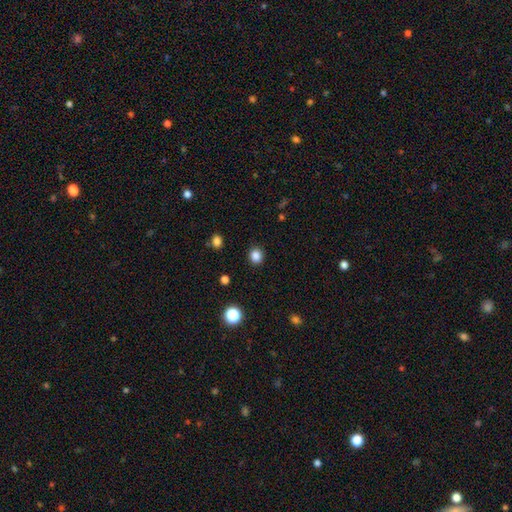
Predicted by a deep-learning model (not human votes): This is clearly a smooth galaxy (84%). How rounded: clearly round (81%). Merging: clearly none (90%).